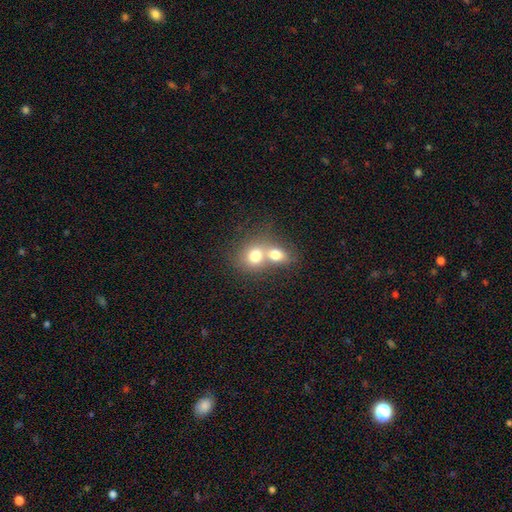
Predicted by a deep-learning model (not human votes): smooth 73%, featured or disk 17%, star or artifact 10%. Down the decision tree: how rounded — round (66%); merging — merger (67%).